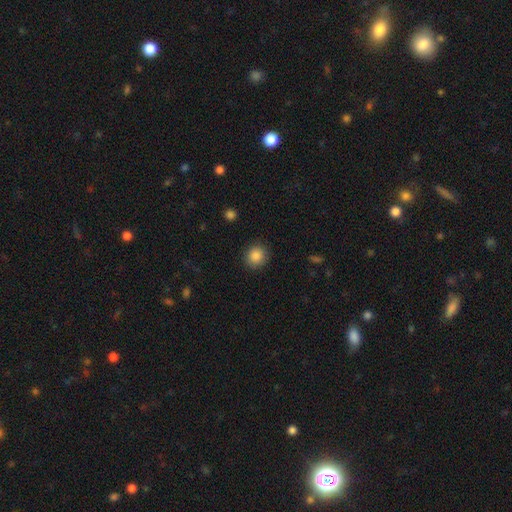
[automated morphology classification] Smooth or featured? smooth (87%)
How rounded? round (84%)
Merging? none (89%)